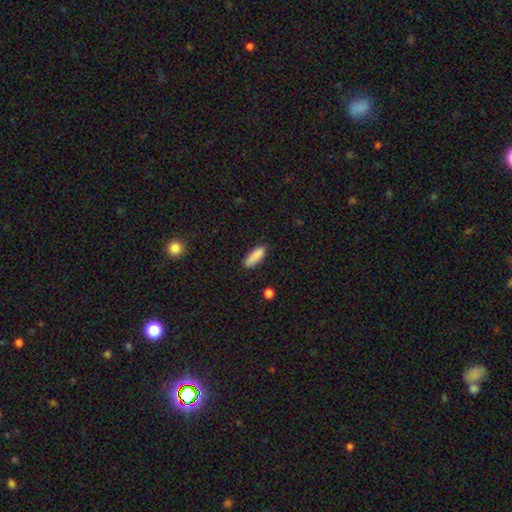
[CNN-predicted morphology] This is clearly a smooth galaxy (88%). How rounded: possibly cigar-shaped (49%, tied with in between). Merging: clearly none (83%).